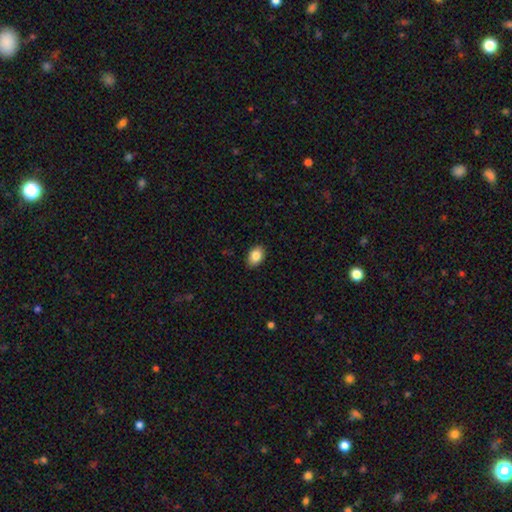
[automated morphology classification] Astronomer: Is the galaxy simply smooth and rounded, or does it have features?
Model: smooth — 86%.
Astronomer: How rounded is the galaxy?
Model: in between — 81%.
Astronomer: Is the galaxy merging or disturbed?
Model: none — 88%.